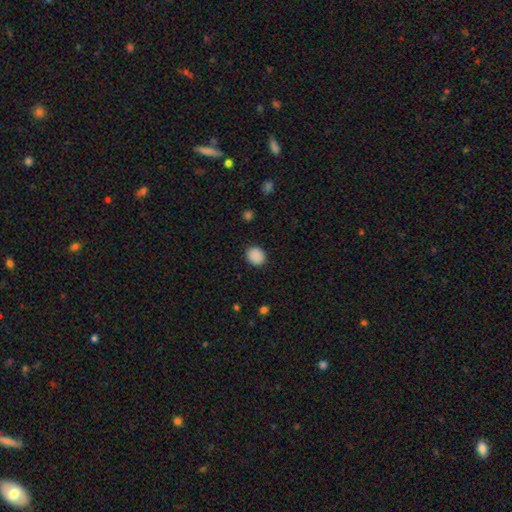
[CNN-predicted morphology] smooth 89%, star or artifact 9%, featured or disk 2%. Down the decision tree: how rounded — round (61%); merging — none (89%).